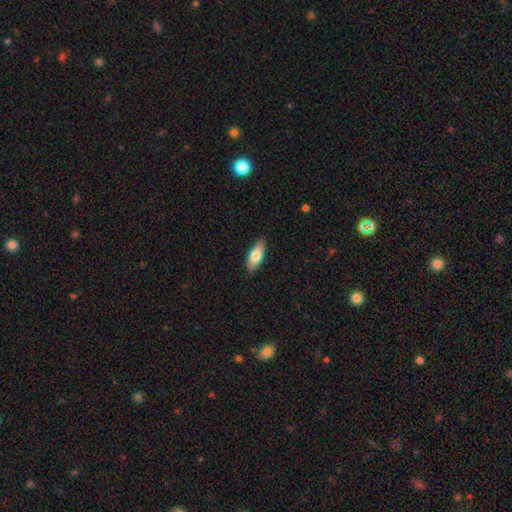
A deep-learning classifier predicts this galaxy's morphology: Smooth or featured? Predicted: smooth (p=0.71). How rounded? Predicted: in between (p=0.75). Merging? Predicted: none (p=0.87).